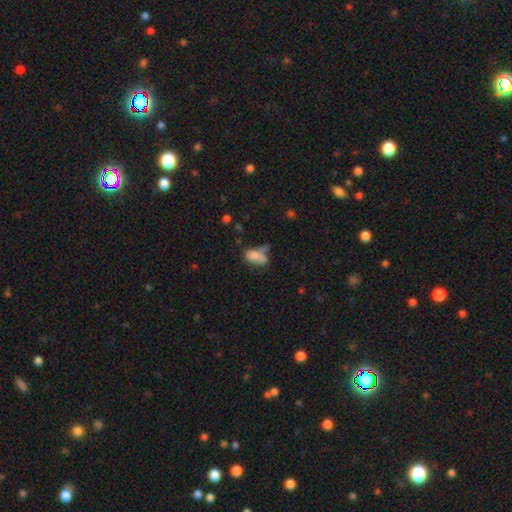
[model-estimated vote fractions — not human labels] Q: Smooth or featured?
A: smooth (69%); runner-up: featured or disk (19%)
Q: How rounded?
A: in between (85%); runner-up: round (11%)
Q: Merging?
A: merger (33%); runner-up: none (27%)